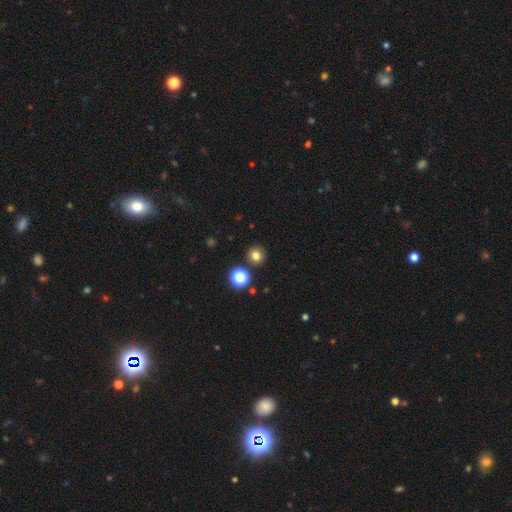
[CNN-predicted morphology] smooth-or-featured: smooth: 78% | star or artifact: 16% | featured or disk: 6%
  how-rounded: round: 93% | in between: 6% | cigar-shaped: 1%
  merging: none: 88% | minor disturbance: 6% | merger: 4% | major disturbance: 2%